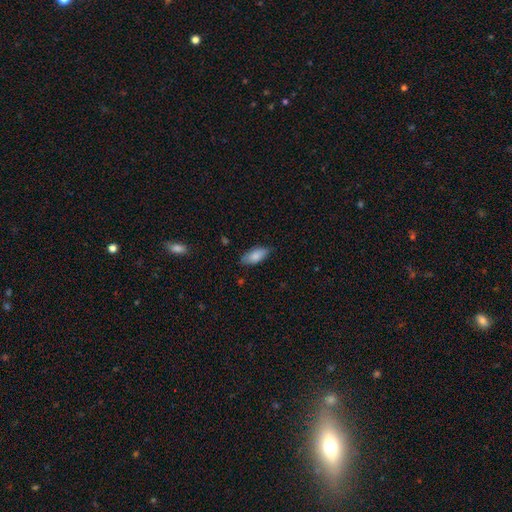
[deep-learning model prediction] smooth 83%, featured or disk 11%, star or artifact 6%. Down the decision tree: how rounded — in between (86%); merging — none (77%).